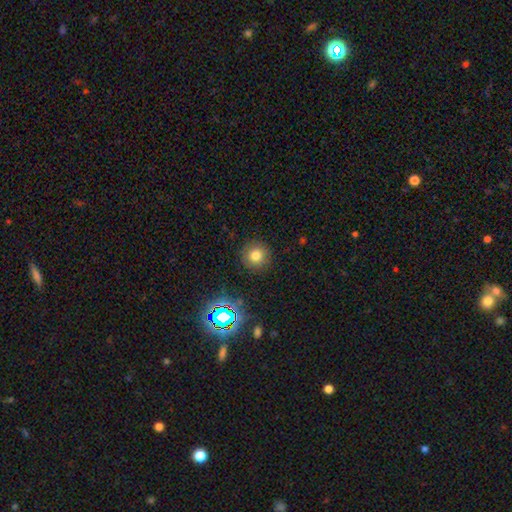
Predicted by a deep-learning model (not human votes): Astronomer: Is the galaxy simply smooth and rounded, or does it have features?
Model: smooth — 75%.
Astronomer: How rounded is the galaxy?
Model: round — 94%.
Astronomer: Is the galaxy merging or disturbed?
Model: none — 89%.